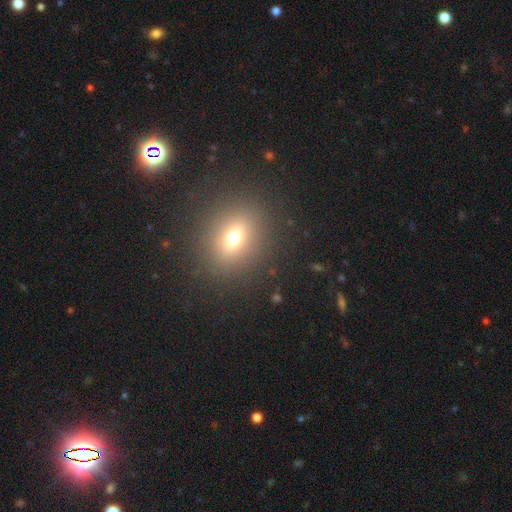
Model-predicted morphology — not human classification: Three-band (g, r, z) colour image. It shows a smooth galaxy with no disk features (59%) that is round (56%). Merging: none (90%).